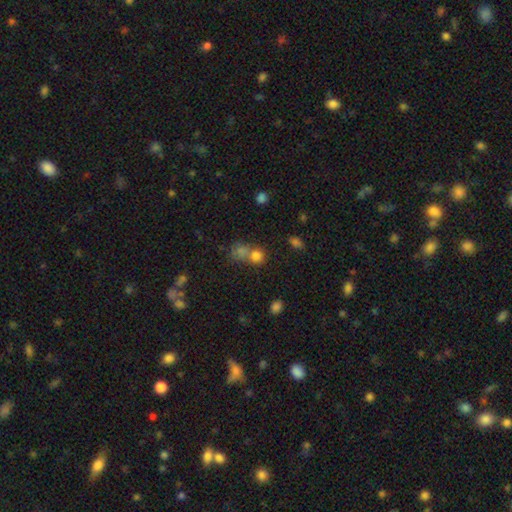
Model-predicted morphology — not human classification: Smooth or featured?
  - smooth: 77% *
  - star or artifact: 15%
  - featured or disk: 9%
How rounded?
  - round: 80% *
  - in between: 19%
  - cigar-shaped: 1%
Merging?
  - none: 45% *
  - merger: 42%
  - minor disturbance: 8%
  - major disturbance: 5%